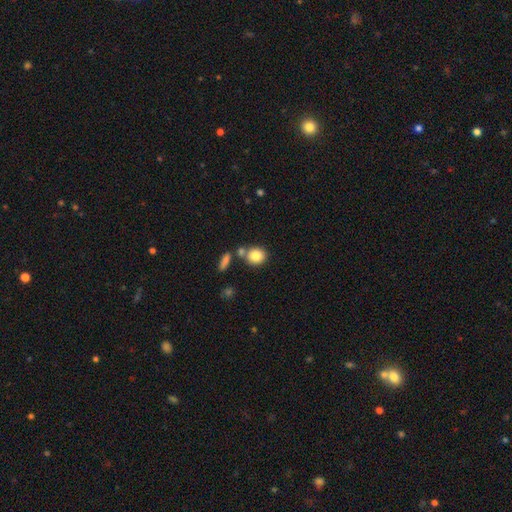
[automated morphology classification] Smooth or featured?
  - smooth: 82% *
  - featured or disk: 9%
  - star or artifact: 9%
How rounded?
  - round: 75% *
  - in between: 24%
  - cigar-shaped: 1%
Merging?
  - none: 64% *
  - merger: 22%
  - minor disturbance: 11%
  - major disturbance: 3%